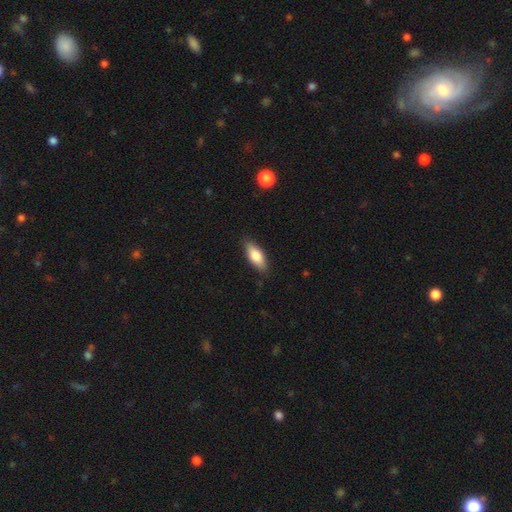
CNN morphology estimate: This appears to be a smooth galaxy with no disk features (79%) that is in between round and cigar-shaped (76%). Merging: none (85%).